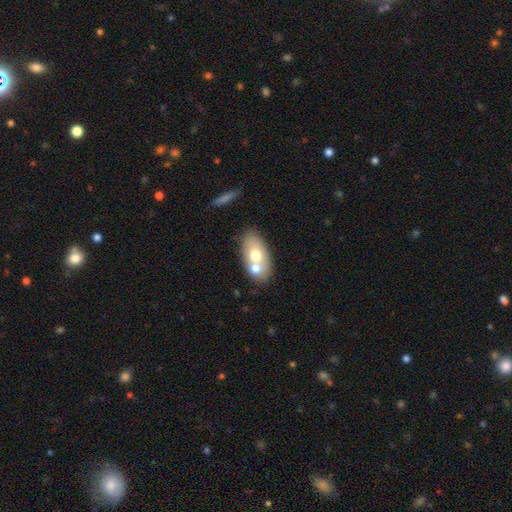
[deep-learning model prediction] This appears to be a smooth galaxy with no disk features (61%) that is in between round and cigar-shaped (88%). Merging: none (45%).